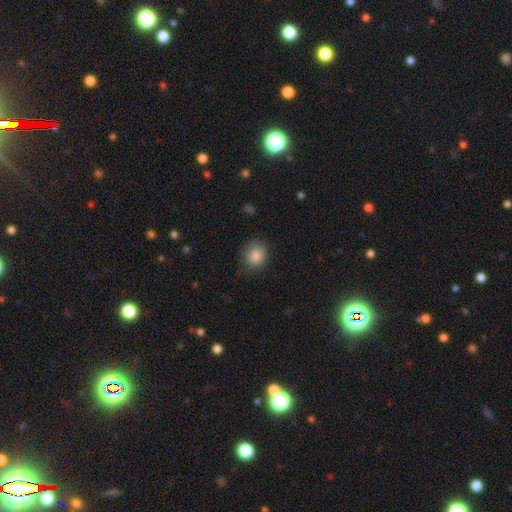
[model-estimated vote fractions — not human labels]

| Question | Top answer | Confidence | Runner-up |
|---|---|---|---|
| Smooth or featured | smooth | 87% | star or artifact (9%) |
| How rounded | round | 74% | in between (25%) |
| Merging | none | 77% | minor disturbance (17%) |